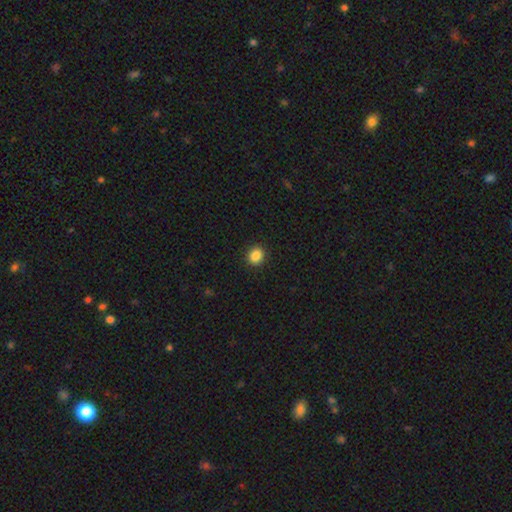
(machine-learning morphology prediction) Q: Smooth or featured?
A: smooth (87%); runner-up: star or artifact (10%)
Q: How rounded?
A: round (78%); runner-up: in between (21%)
Q: Merging?
A: none (92%); runner-up: minor disturbance (5%)